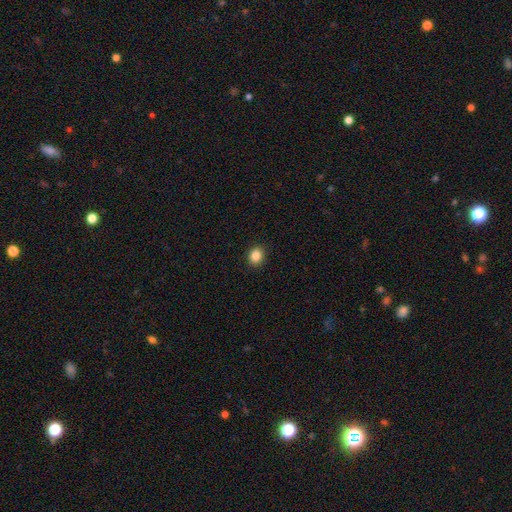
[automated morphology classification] type=smooth (85%); roundness=round (64%); merging=none (91%).